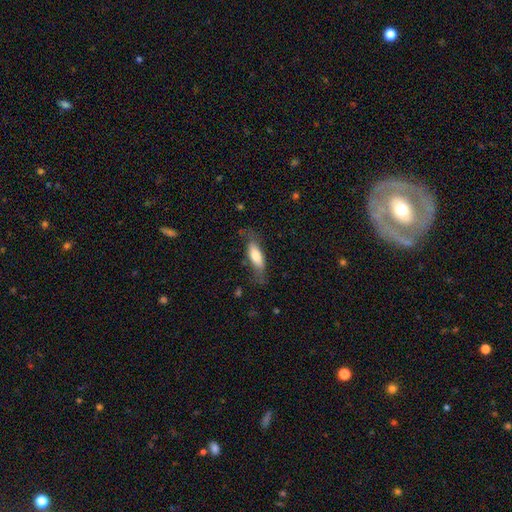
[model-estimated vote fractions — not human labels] Smooth or featured? smooth (69%)
How rounded? in between (58%)
Merging? none (63%)